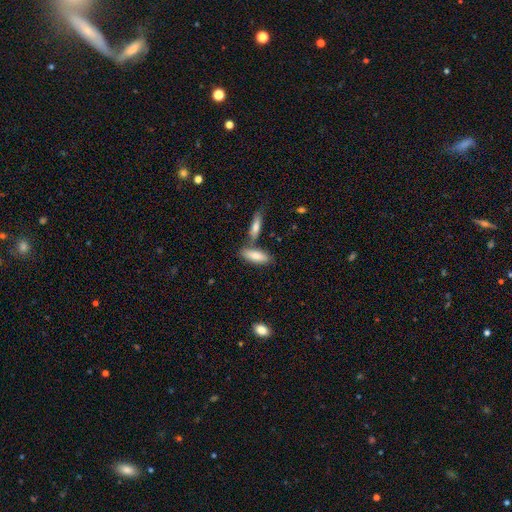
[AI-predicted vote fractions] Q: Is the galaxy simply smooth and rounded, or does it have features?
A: smooth — 82%.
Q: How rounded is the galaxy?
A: in between — 64%.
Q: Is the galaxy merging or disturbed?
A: none — 60%.